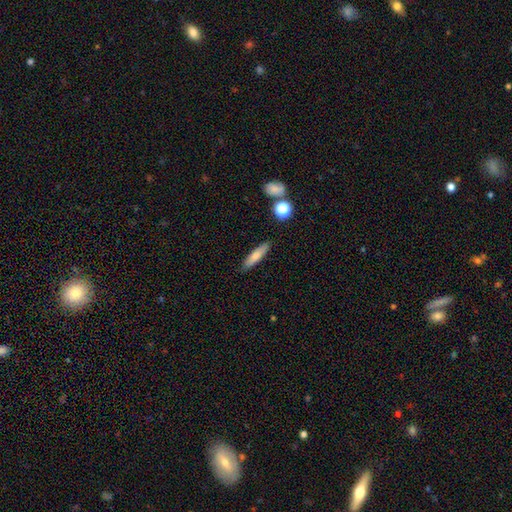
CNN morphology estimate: type=smooth (75%); roundness=cigar-shaped (79%); merging=none (87%).